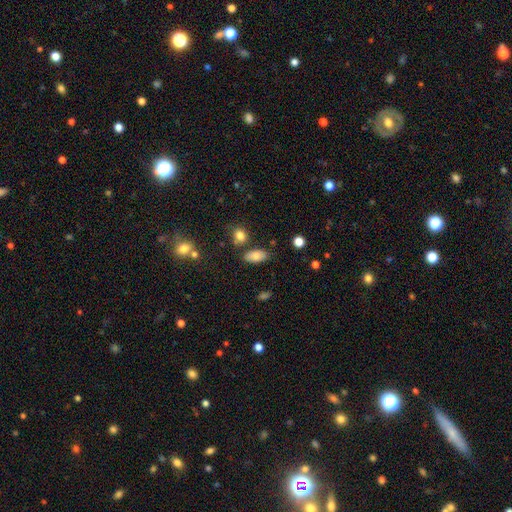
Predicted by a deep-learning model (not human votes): A smooth galaxy with no disk features (82%) that is in between round and cigar-shaped (91%). Merging: none (77%).